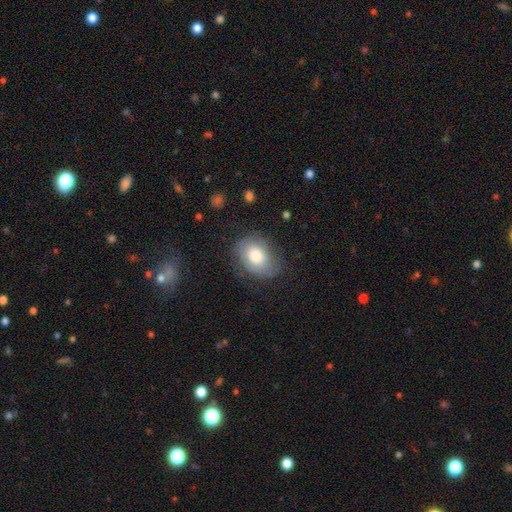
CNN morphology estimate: Smooth or featured: smooth — 61% (featured or disk — 32%)
How rounded: in between — 74% (round — 25%)
Merging: none — 64% (minor disturbance — 24%)